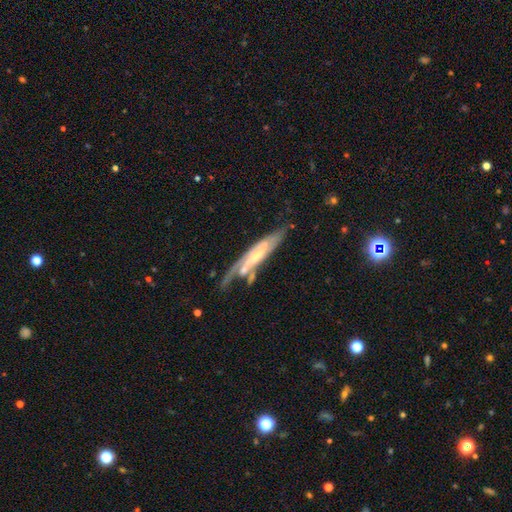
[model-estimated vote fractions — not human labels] Morphology: type=featured or disk (73%); edge-on=no (58%); merging=none (45%).